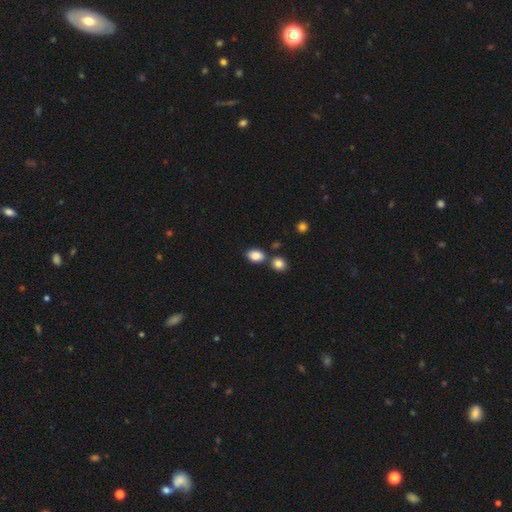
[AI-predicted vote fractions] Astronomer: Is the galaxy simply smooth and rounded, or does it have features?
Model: smooth — 86%.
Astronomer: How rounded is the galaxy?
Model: in between — 79%.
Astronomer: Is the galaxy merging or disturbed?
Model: none — 64%.